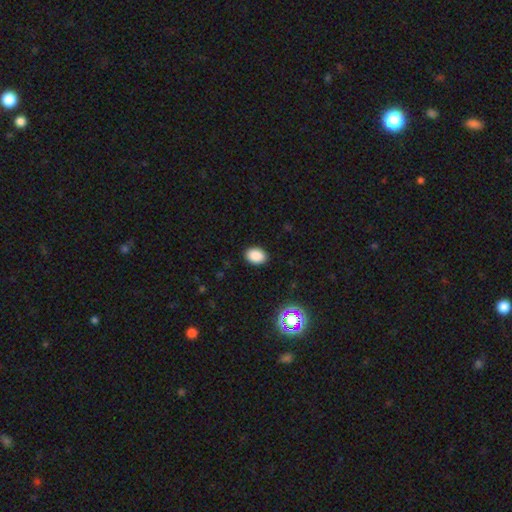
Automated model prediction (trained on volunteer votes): smooth-or-featured: smooth: 87% | star or artifact: 10% | featured or disk: 3%
  how-rounded: in between: 77% | round: 22% | cigar-shaped: 1%
  merging: none: 90% | minor disturbance: 7% | major disturbance: 2% | merger: 1%